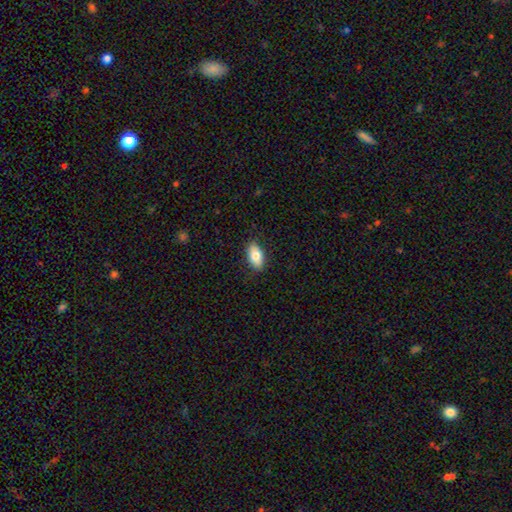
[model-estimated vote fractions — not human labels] This appears to be a smooth galaxy with no disk features (79%) that is in between round and cigar-shaped (90%). Merging: none (87%).